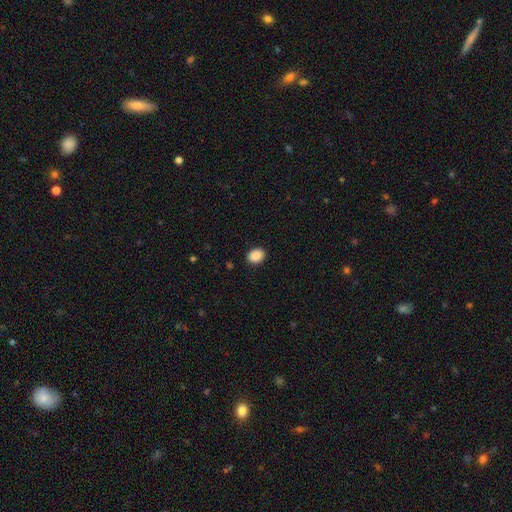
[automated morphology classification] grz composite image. It shows a smooth galaxy with no disk features (89%) that is in between round and cigar-shaped (58%). Merging: none (90%).